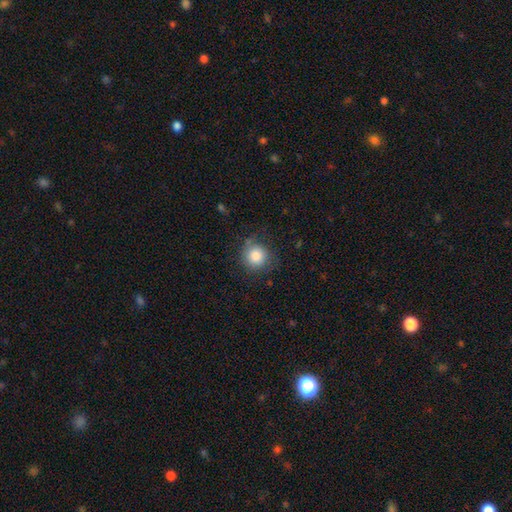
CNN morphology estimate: smooth_or_featured: smooth (p=0.82) [alt: star or artifact p=0.10]
how_rounded: round (p=0.92) [alt: in between p=0.07]
merging: none (p=0.78) [alt: minor disturbance p=0.16]